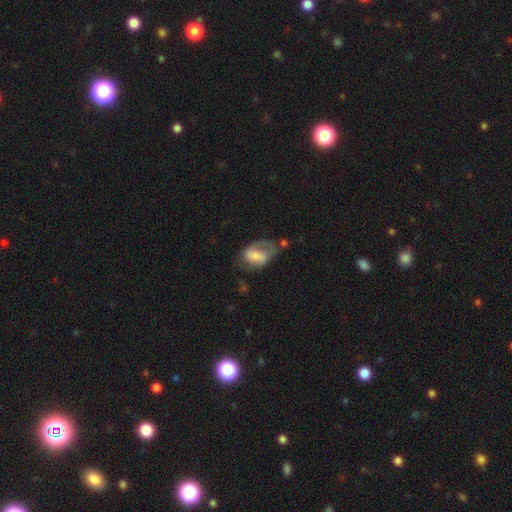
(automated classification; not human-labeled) This is possibly a smooth galaxy (46%, tied with featured or disk). Merging: marginally none (32%).